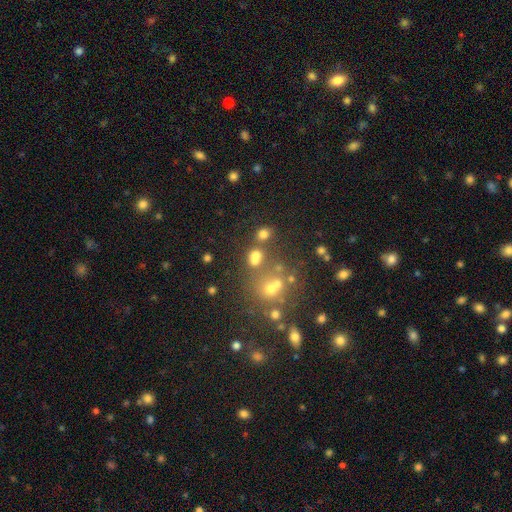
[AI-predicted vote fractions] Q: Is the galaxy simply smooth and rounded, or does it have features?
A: smooth — 65%.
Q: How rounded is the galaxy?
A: round — 61%.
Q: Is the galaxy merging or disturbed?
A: none — 57%.